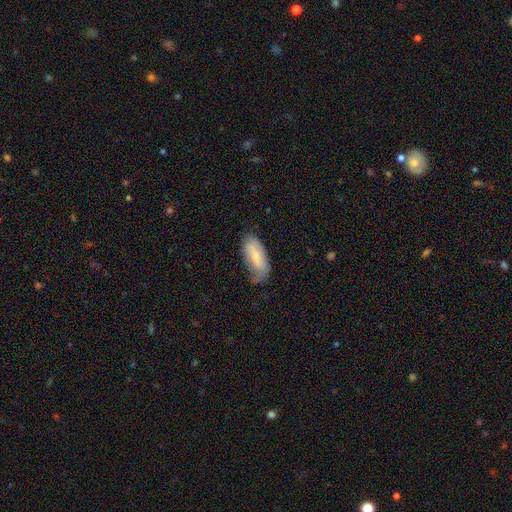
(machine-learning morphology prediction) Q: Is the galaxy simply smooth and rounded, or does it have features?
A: smooth — 63%.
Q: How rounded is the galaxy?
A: in between — 83%.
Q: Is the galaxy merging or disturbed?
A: none — 51%.